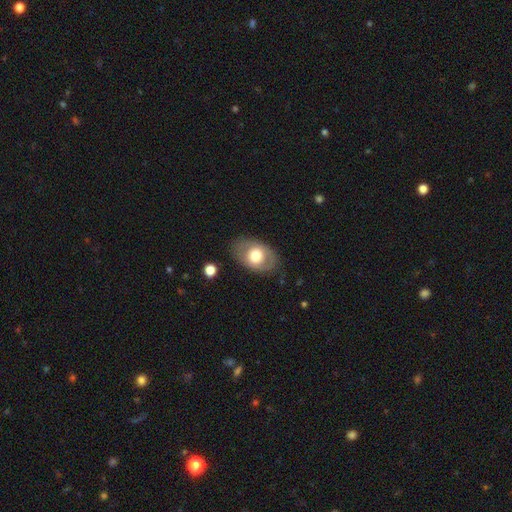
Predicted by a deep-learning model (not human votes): A smooth galaxy with no disk features (58%) that is in between round and cigar-shaped (81%).

Vote fractions:
- Smooth or featured? smooth: 58% / featured or disk: 36% / star or artifact: 6%
- How rounded? in between: 81% / round: 18% / cigar-shaped: 1%
- Merging? none: 79% / minor disturbance: 14% / major disturbance: 5% / merger: 1%